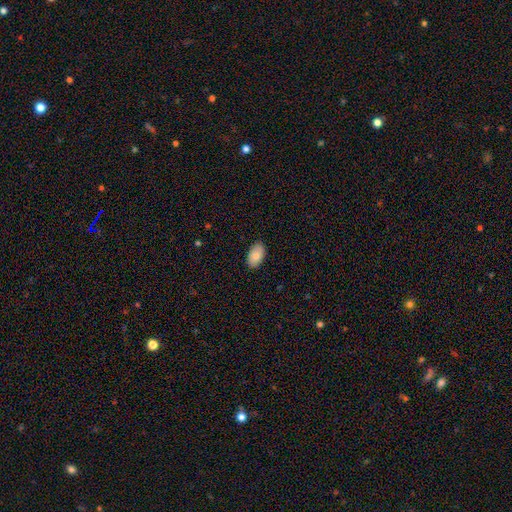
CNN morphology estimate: Smooth or featured: smooth — 84% (featured or disk — 10%)
How rounded: in between — 94% (round — 5%)
Merging: none — 88% (minor disturbance — 9%)